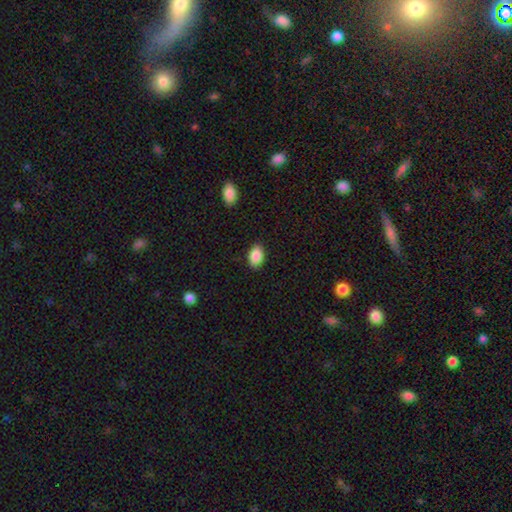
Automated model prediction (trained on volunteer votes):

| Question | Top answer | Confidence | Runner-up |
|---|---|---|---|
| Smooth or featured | smooth | 89% | star or artifact (7%) |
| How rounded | in between | 87% | round (12%) |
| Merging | none | 86% | minor disturbance (10%) |